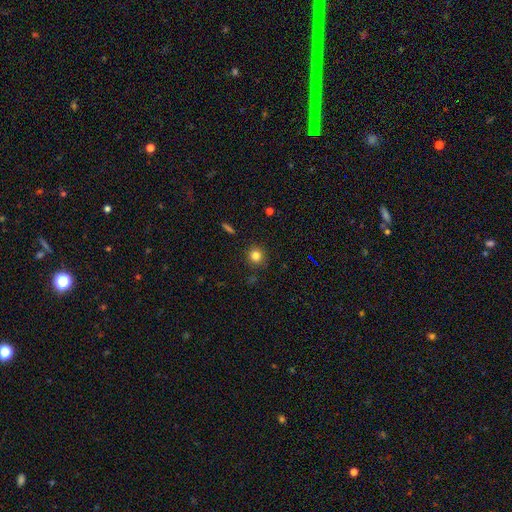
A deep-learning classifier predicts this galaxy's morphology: A smooth galaxy with no disk features (81%) that is round (91%).

Vote fractions:
- Smooth or featured? smooth: 81% / star or artifact: 13% / featured or disk: 6%
- How rounded? round: 91% / in between: 8% / cigar-shaped: 1%
- Merging? none: 88% / minor disturbance: 8% / major disturbance: 2% / merger: 1%